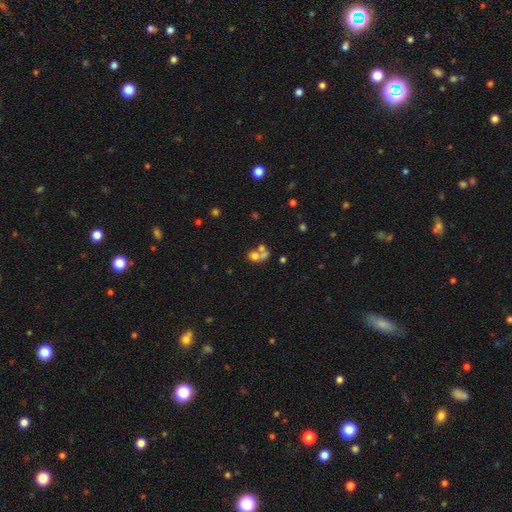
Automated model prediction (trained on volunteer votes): smooth_or_featured: smooth (p=0.60) [alt: featured or disk p=0.25]
how_rounded: round (p=0.60) [alt: in between p=0.39]
merging: merger (p=0.60) [alt: none p=0.25]